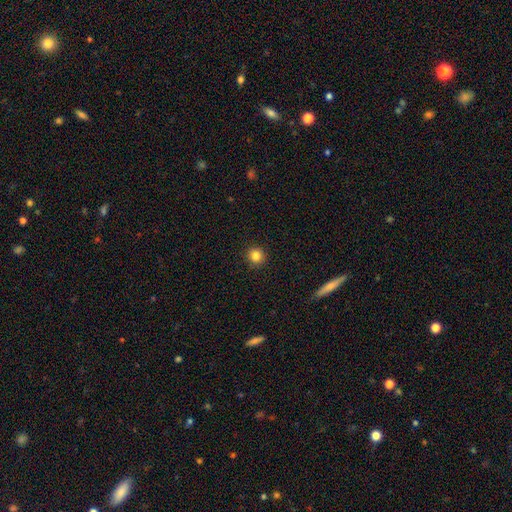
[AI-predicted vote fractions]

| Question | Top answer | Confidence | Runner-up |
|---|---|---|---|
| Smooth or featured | smooth | 85% | star or artifact (11%) |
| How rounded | round | 95% | in between (4%) |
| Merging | none | 92% | minor disturbance (5%) |